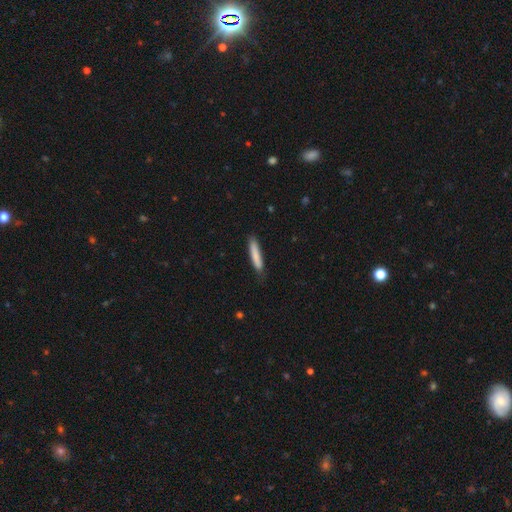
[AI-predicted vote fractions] Smooth or featured? Predicted: smooth (p=0.83). How rounded? Predicted: cigar-shaped (p=0.91). Merging? Predicted: none (p=0.81).